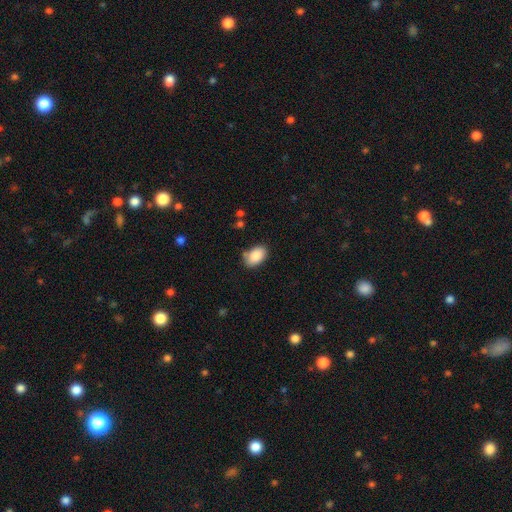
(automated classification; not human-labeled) Q: Smooth or featured?
A: smooth (87%); runner-up: star or artifact (7%)
Q: How rounded?
A: in between (90%); runner-up: round (9%)
Q: Merging?
A: none (77%); runner-up: minor disturbance (16%)